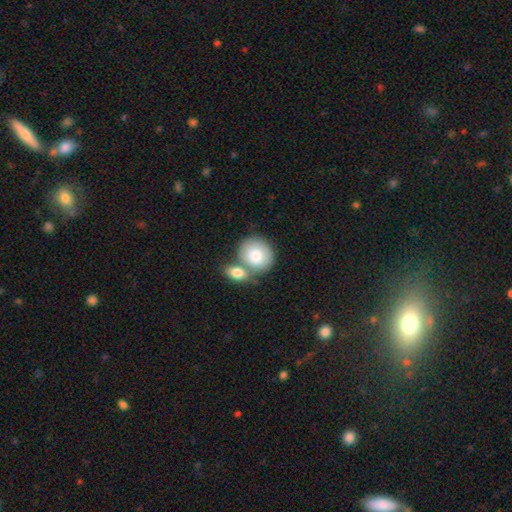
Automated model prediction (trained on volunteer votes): A smooth galaxy with no disk features (78%) that is round (75%).

Vote fractions:
- Smooth or featured? smooth: 78% / featured or disk: 15% / star or artifact: 6%
- How rounded? round: 75% / in between: 24% / cigar-shaped: 1%
- Merging? none: 45% / merger: 41% / minor disturbance: 10% / major disturbance: 3%